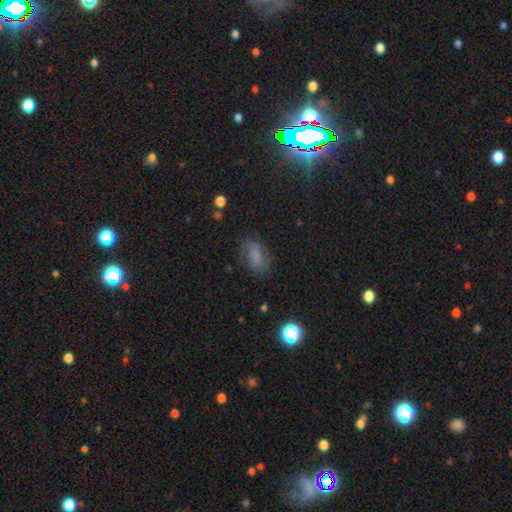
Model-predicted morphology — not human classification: A smooth galaxy with no disk features (61%) that is in between round and cigar-shaped (84%).

Vote fractions:
- Smooth or featured? smooth: 61% / featured or disk: 23% / star or artifact: 17%
- How rounded? in between: 84% / round: 11% / cigar-shaped: 5%
- Merging? none: 67% / minor disturbance: 21% / major disturbance: 10% / merger: 2%